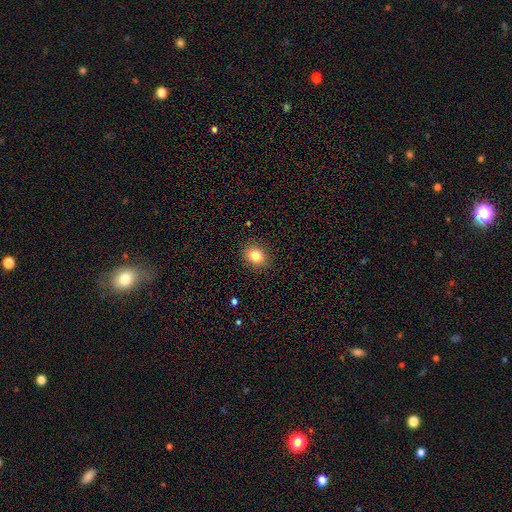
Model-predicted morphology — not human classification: smooth 83%, star or artifact 10%, featured or disk 7%. Down the decision tree: how rounded — round (56%); merging — none (88%).